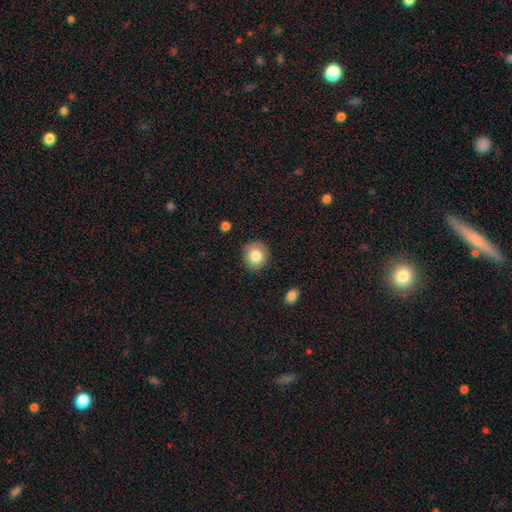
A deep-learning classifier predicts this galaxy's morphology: smooth_or_featured: smooth (p=0.81) [alt: featured or disk p=0.10]
how_rounded: round (p=0.88) [alt: in between p=0.11]
merging: none (p=0.88) [alt: minor disturbance p=0.09]